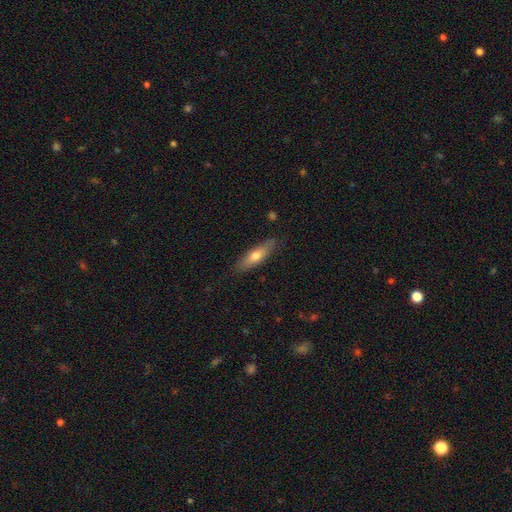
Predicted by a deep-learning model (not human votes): Overall: smooth (63%; featured or disk 31%). How rounded: cigar-shaped (63%; in between 35%). Merging: none (85%).